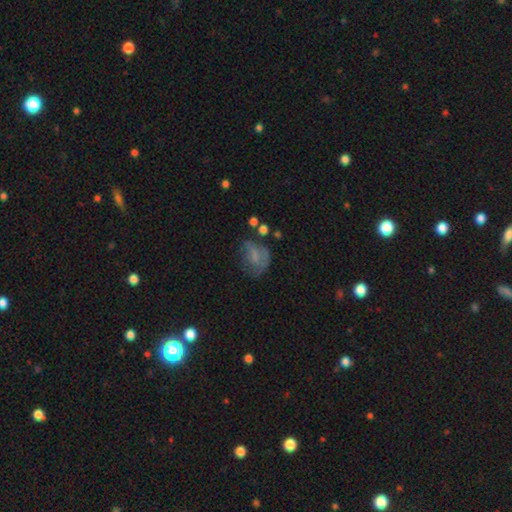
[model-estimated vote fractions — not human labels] The model was most divided on "merging": none: 37%, major disturbance: 30%, minor disturbance: 27%, merger: 5%. More confident: how rounded — in between (56%); smooth or featured — smooth (52%).